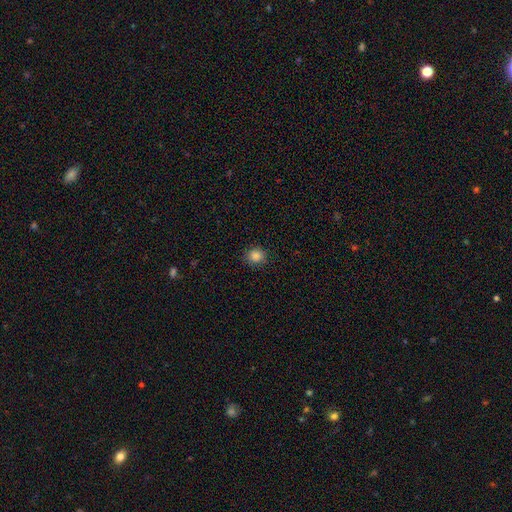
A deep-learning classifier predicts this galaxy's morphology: type=smooth (86%); roundness=round (87%); merging=none (89%).